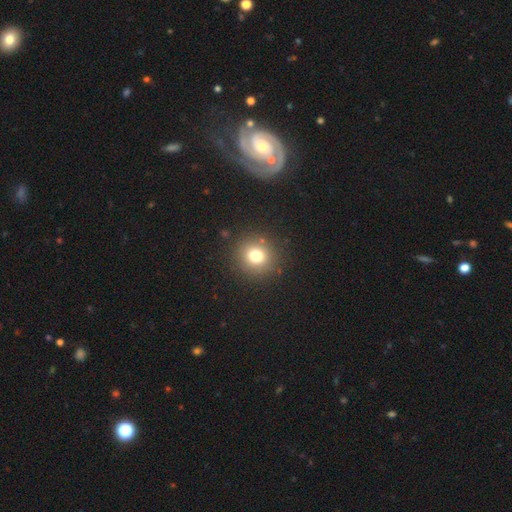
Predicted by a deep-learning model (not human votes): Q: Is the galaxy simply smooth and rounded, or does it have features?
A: smooth — 75%.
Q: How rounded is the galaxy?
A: round — 91%.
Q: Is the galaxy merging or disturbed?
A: none — 89%.